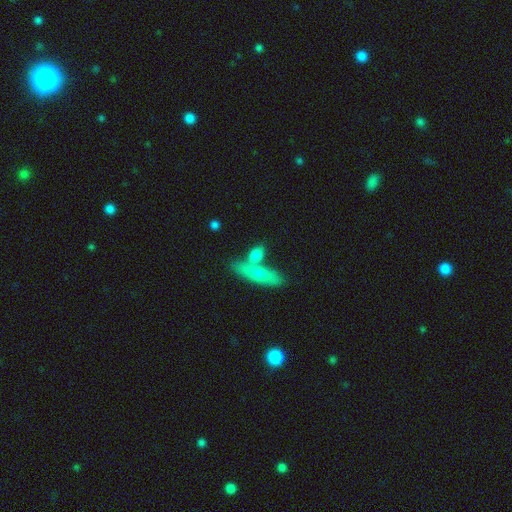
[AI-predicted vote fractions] Overall: smooth (73%). How rounded: in between (60%; cigar-shaped 29%). Merging: none (46%; merger 38%).